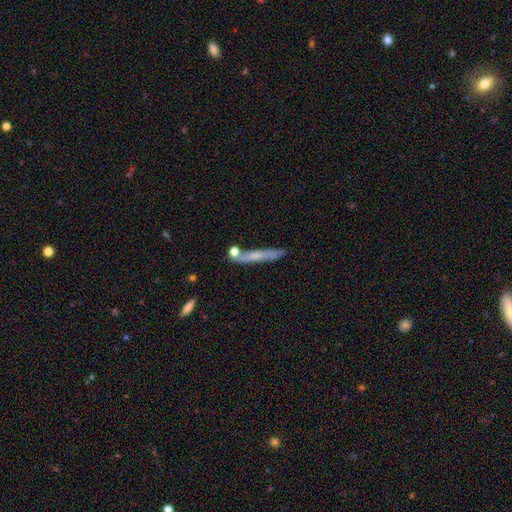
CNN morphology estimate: smooth_or_featured: smooth (p=0.50) [alt: featured or disk p=0.42]
how_rounded: cigar-shaped (p=0.92) [alt: in between p=0.05]
merging: none (p=0.69) [alt: minor disturbance p=0.16]